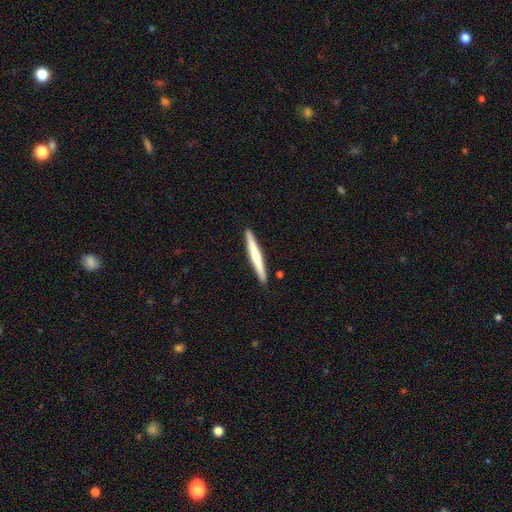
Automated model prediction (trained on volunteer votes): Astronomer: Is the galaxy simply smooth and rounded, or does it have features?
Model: smooth — 49% (runner-up: featured or disk, 47%).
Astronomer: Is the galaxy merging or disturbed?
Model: none — 91%.